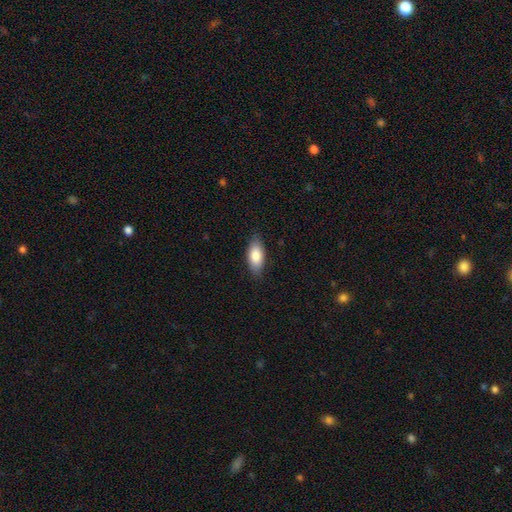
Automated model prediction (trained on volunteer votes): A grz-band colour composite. It shows a smooth galaxy with no disk features (83%) that is in between round and cigar-shaped (87%). Merging: none (84%).